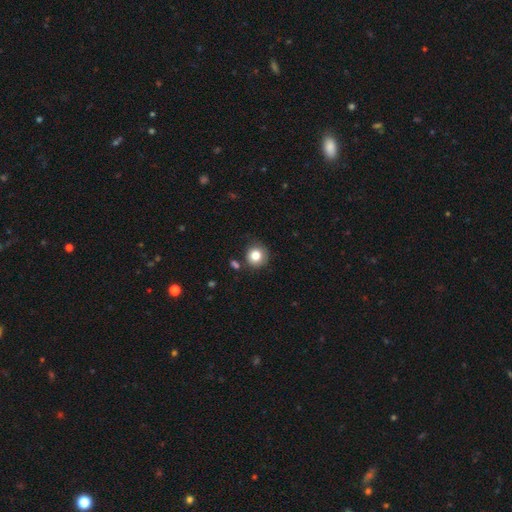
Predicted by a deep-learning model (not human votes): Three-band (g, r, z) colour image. It shows a smooth galaxy with no disk features (81%) that is round (91%). Merging: none (81%).